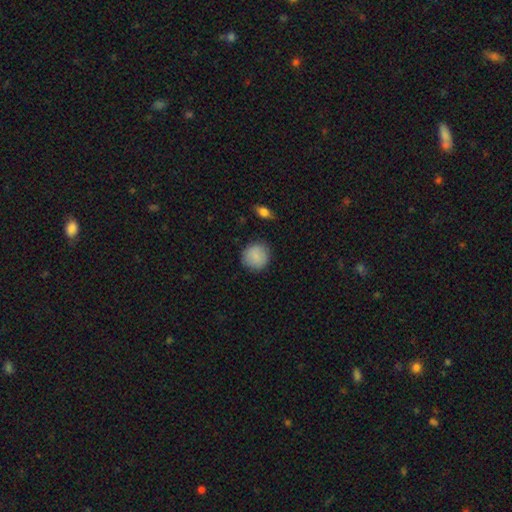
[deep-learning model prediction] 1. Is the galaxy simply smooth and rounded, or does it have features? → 86% smooth, 7% star or artifact, 6% featured or disk.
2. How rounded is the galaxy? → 91% round, 8% in between, 1% cigar-shaped.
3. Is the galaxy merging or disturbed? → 86% none, 10% minor disturbance, 3% major disturbance, 1% merger.